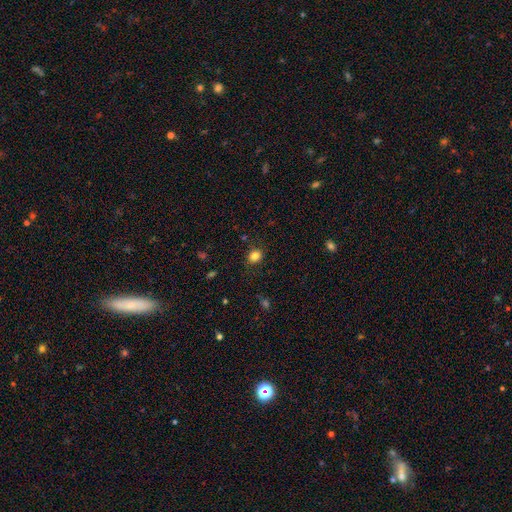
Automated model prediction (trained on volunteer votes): Morphology: type=smooth (84%); roundness=round (67%); merging=none (85%).